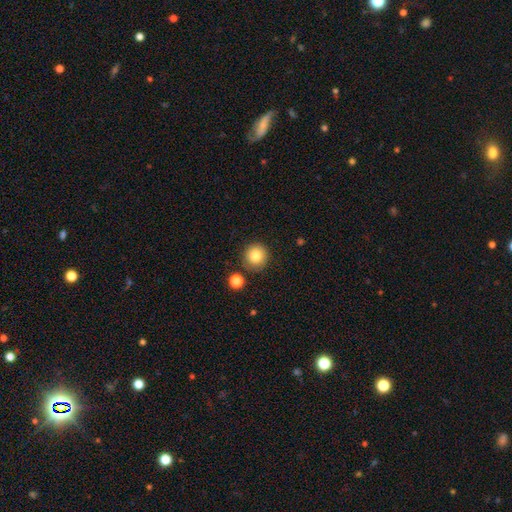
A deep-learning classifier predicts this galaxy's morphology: This appears to be a smooth galaxy with no disk features (83%) that is round (93%). Merging: none (86%).